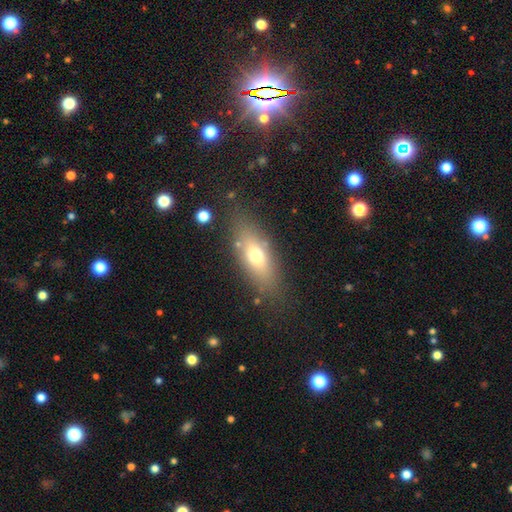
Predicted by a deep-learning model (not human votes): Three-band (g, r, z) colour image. It shows a smooth galaxy with no disk features (65%) that is in between round and cigar-shaped (69%). Merging: none (79%).